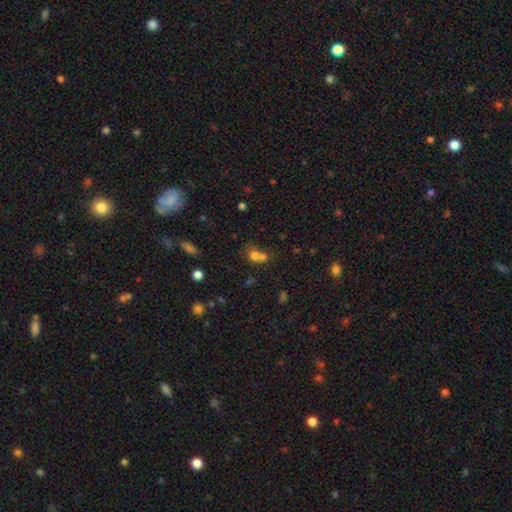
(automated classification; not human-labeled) smooth-or-featured: smooth: 70% | star or artifact: 16% | featured or disk: 14%
  how-rounded: round: 69% | in between: 30% | cigar-shaped: 1%
  merging: merger: 59% | none: 29% | minor disturbance: 7% | major disturbance: 5%